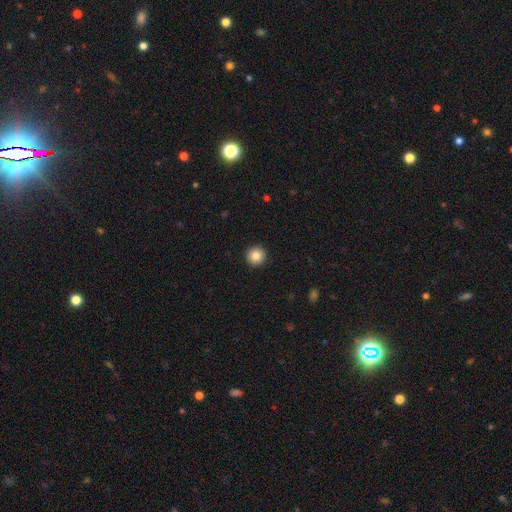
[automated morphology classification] smooth 86%, star or artifact 9%, featured or disk 5%. Down the decision tree: how rounded — round (96%); merging — none (93%).